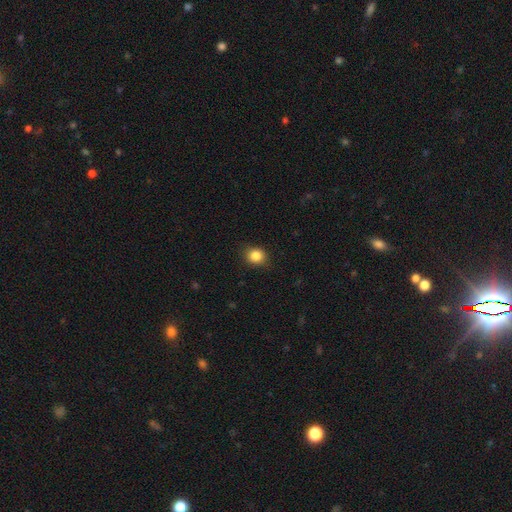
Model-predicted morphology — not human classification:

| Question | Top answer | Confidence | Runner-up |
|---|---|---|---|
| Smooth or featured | smooth | 85% | star or artifact (10%) |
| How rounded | round | 69% | in between (30%) |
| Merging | none | 85% | minor disturbance (12%) |